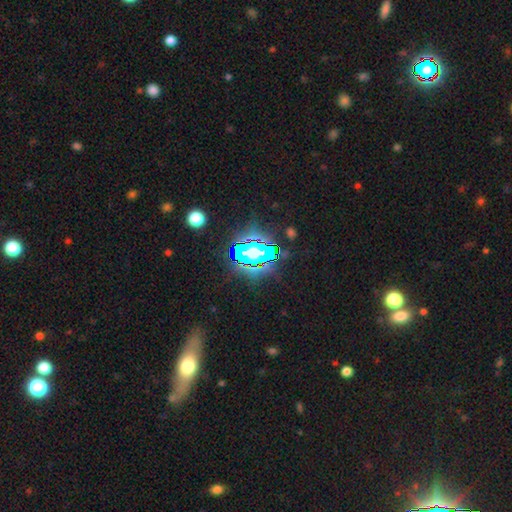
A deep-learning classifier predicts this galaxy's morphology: Smooth or featured? star or artifact (71%)